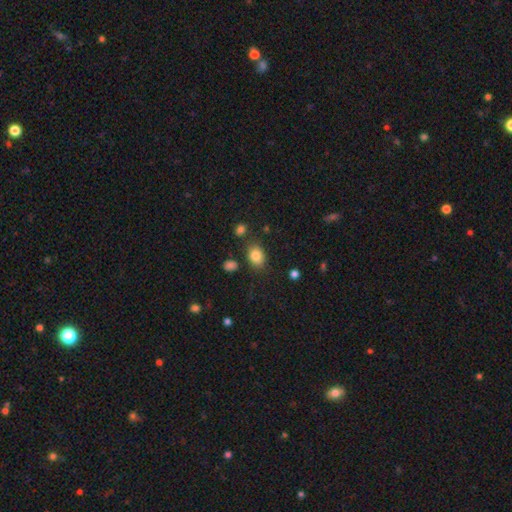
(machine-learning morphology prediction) Smooth or featured: smooth — 83% (star or artifact — 10%)
How rounded: in between — 67% (round — 32%)
Merging: none — 78% (minor disturbance — 14%)